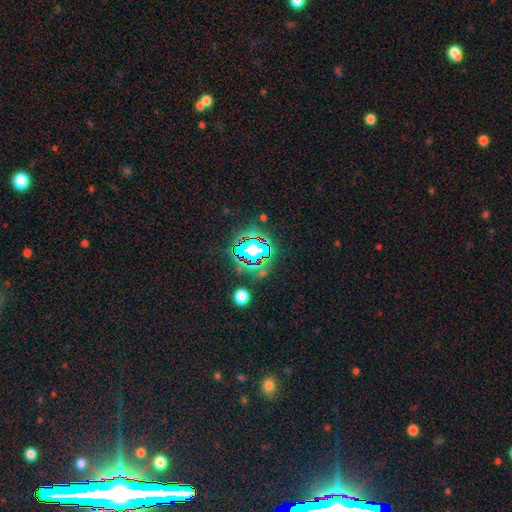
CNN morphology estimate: Smooth or featured? star or artifact (80%)